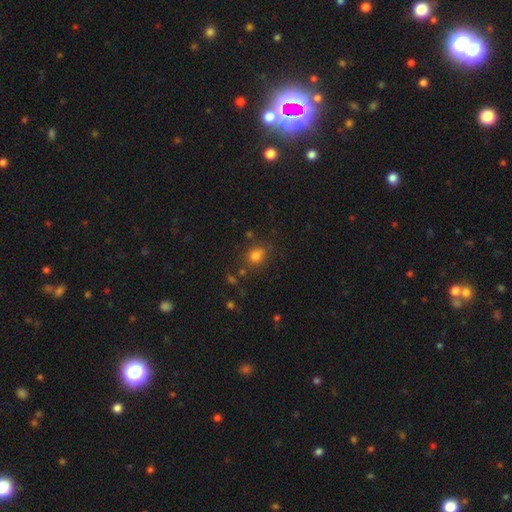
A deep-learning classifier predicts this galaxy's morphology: smooth_or_featured: smooth (p=0.77) [alt: star or artifact p=0.15]
how_rounded: round (p=0.72) [alt: in between p=0.27]
merging: none (p=0.71) [alt: minor disturbance p=0.15]